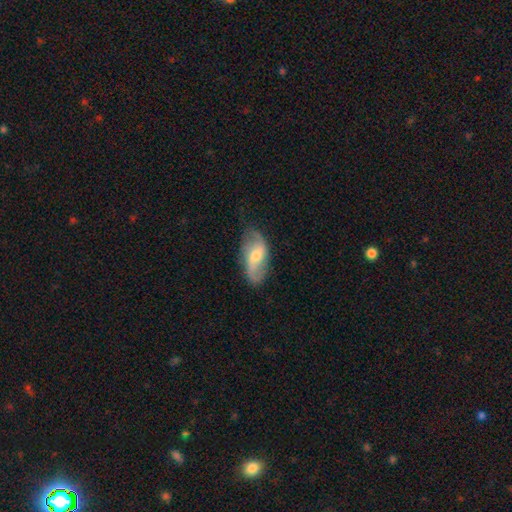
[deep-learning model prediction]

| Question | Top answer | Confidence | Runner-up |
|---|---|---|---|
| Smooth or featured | featured or disk | 67% | smooth (27%) |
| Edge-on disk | no | 93% | yes (7%) |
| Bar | weak | 43% | no (42%) |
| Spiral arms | yes | 89% | no (11%) |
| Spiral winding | loose | 60% | medium (29%) |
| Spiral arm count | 2 | 86% | can't tell (7%) |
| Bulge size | moderate | 58% | small (34%) |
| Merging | none | 75% | minor disturbance (18%) |